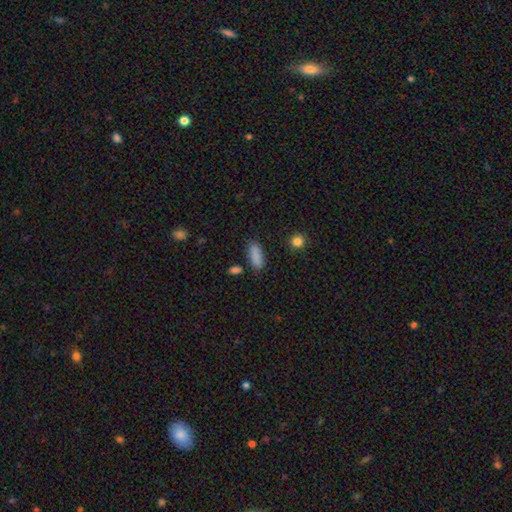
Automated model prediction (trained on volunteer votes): A smooth galaxy with no disk features (88%) that is in between round and cigar-shaped (76%).

Vote fractions:
- Smooth or featured? smooth: 88% / star or artifact: 8% / featured or disk: 5%
- How rounded? in between: 76% / cigar-shaped: 21% / round: 3%
- Merging? none: 82% / minor disturbance: 12% / merger: 4% / major disturbance: 3%